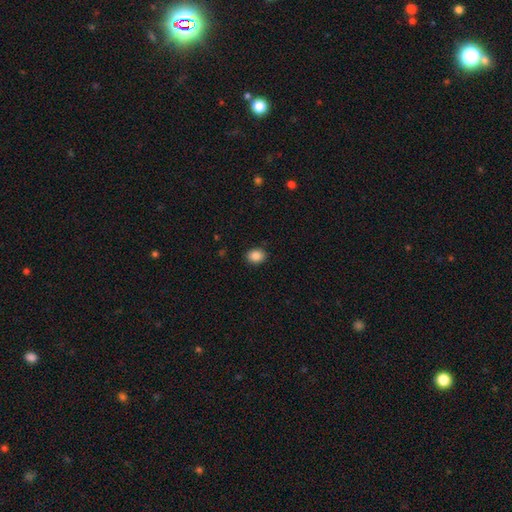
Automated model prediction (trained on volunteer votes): smooth-or-featured: smooth: 88% | star or artifact: 9% | featured or disk: 4%
  how-rounded: in between: 54% | round: 45% | cigar-shaped: 1%
  merging: none: 89% | minor disturbance: 8% | major disturbance: 2% | merger: 1%